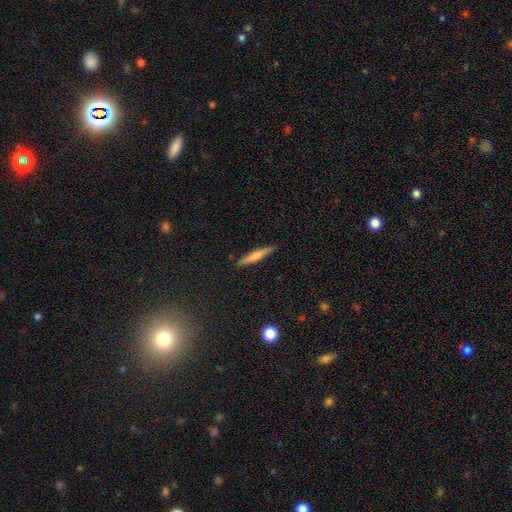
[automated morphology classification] A smooth galaxy with no disk features (65%) that is cigar-shaped (92%). Merging: none (89%).